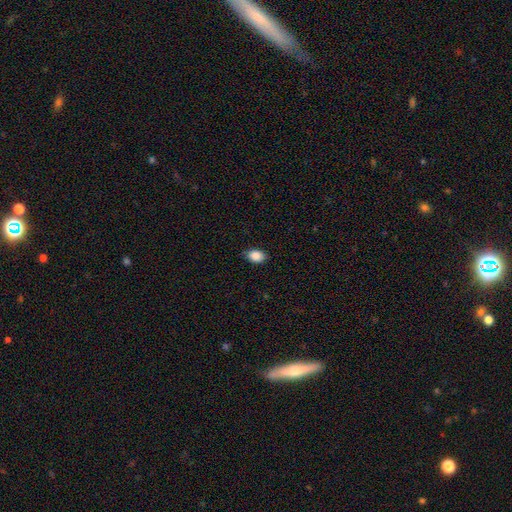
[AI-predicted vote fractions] Smooth or featured: smooth — 88% (star or artifact — 8%)
How rounded: in between — 81% (round — 18%)
Merging: none — 84% (minor disturbance — 13%)